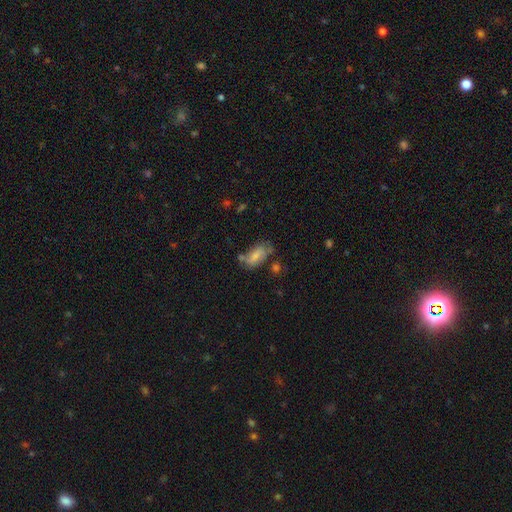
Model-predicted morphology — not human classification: smooth_or_featured: smooth (p=0.70) [alt: featured or disk p=0.22]
how_rounded: in between (p=0.84) [alt: cigar-shaped p=0.12]
merging: none (p=0.51) [alt: minor disturbance p=0.25]